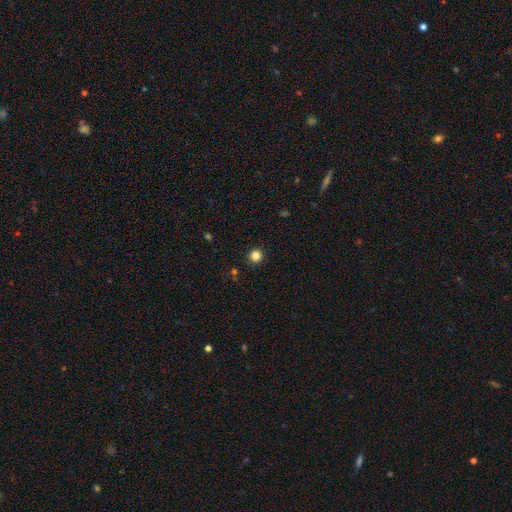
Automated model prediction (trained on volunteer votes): Morphology: type=smooth (83%); roundness=round (94%); merging=none (93%).